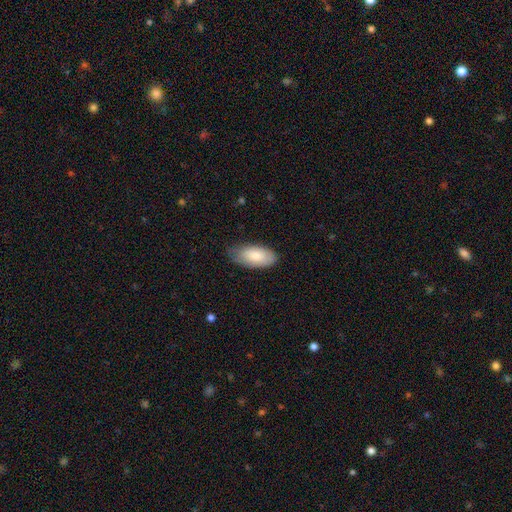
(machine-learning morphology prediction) Q: Smooth or featured?
A: smooth (83%); runner-up: featured or disk (11%)
Q: How rounded?
A: in between (93%); runner-up: cigar-shaped (5%)
Q: Merging?
A: none (67%); runner-up: minor disturbance (27%)